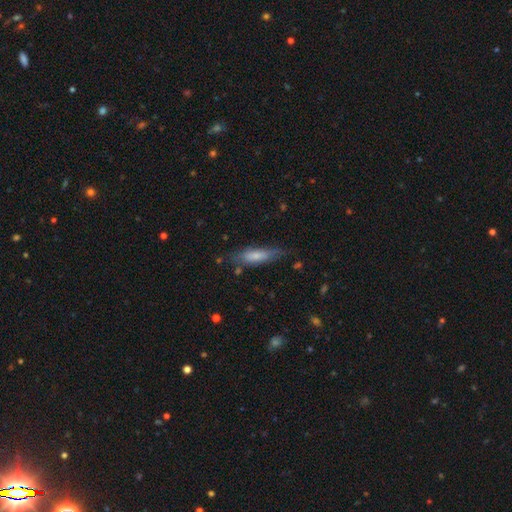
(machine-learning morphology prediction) smooth-or-featured: smooth: 67% | featured or disk: 27% | star or artifact: 6%
  how-rounded: cigar-shaped: 61% | in between: 38% | round: 2%
  merging: none: 65% | minor disturbance: 25% | major disturbance: 8% | merger: 3%